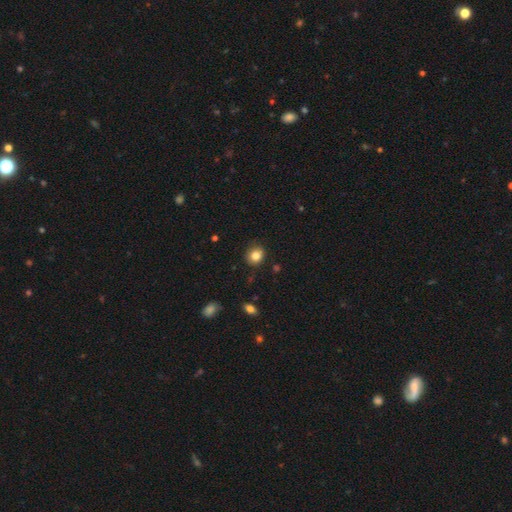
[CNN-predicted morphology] smooth_or_featured: smooth (p=0.84) [alt: star or artifact p=0.10]
how_rounded: round (p=0.73) [alt: in between p=0.26]
merging: none (p=0.85) [alt: minor disturbance p=0.11]